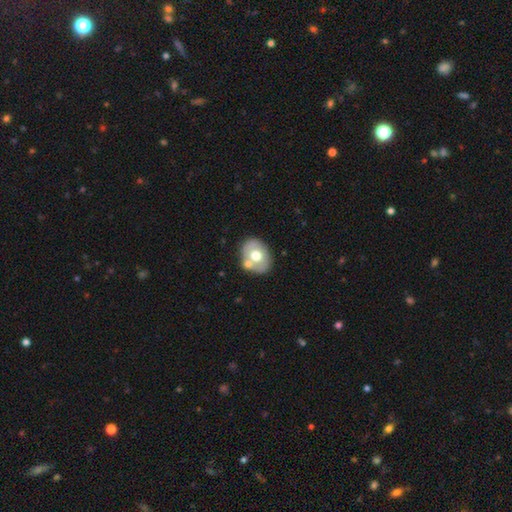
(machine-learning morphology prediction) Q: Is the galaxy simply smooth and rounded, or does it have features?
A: smooth — 58%.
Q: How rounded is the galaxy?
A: in between — 62%.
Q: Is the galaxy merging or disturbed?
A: none — 65%.